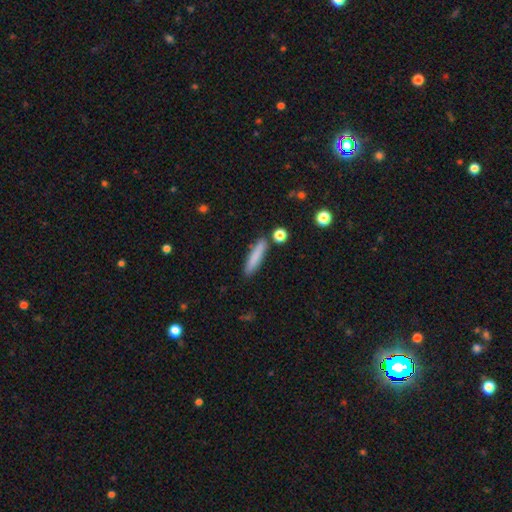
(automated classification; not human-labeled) smooth_or_featured: smooth (p=0.81) [alt: featured or disk p=0.12]
how_rounded: cigar-shaped (p=0.87) [alt: in between p=0.11]
merging: none (p=0.85) [alt: minor disturbance p=0.09]